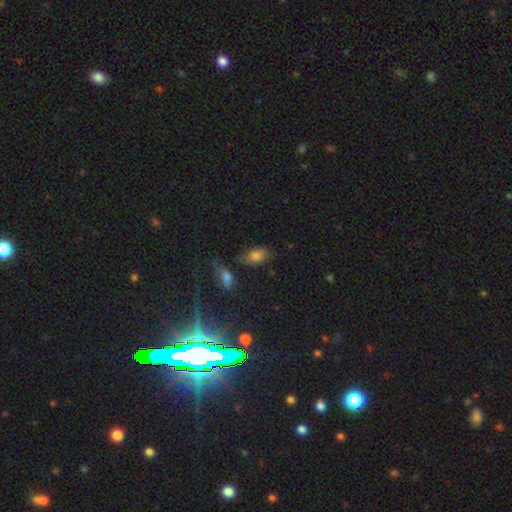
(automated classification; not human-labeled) smooth-or-featured: smooth: 75% | star or artifact: 15% | featured or disk: 10%
  how-rounded: in between: 88% | round: 9% | cigar-shaped: 3%
  merging: none: 71% | minor disturbance: 18% | merger: 6% | major disturbance: 5%